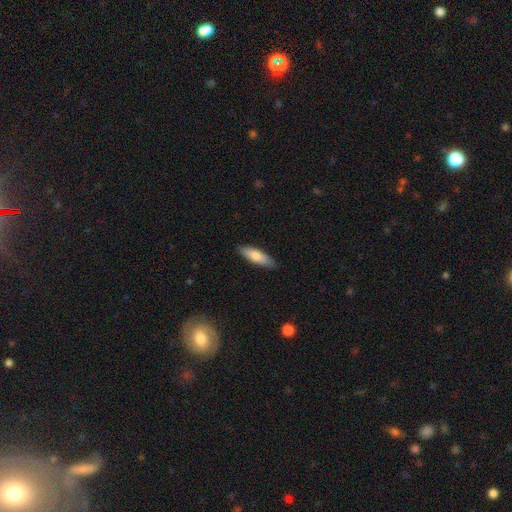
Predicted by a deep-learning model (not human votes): smooth-or-featured: smooth: 76% | featured or disk: 19% | star or artifact: 5%
  how-rounded: cigar-shaped: 54% | in between: 44% | round: 2%
  merging: none: 86% | minor disturbance: 11% | major disturbance: 2% | merger: 1%